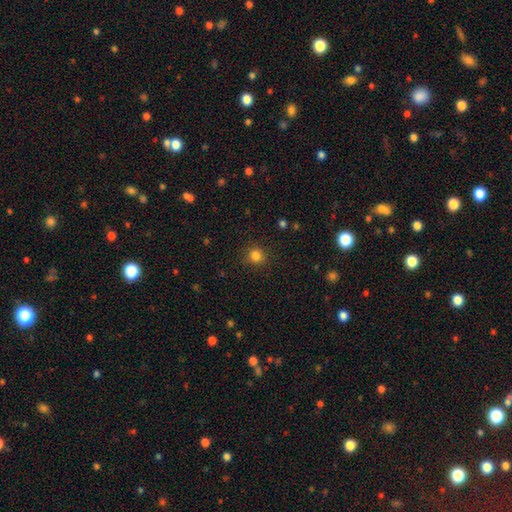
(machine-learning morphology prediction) Overall: smooth (83%). How rounded: round (89%). Merging: none (88%).